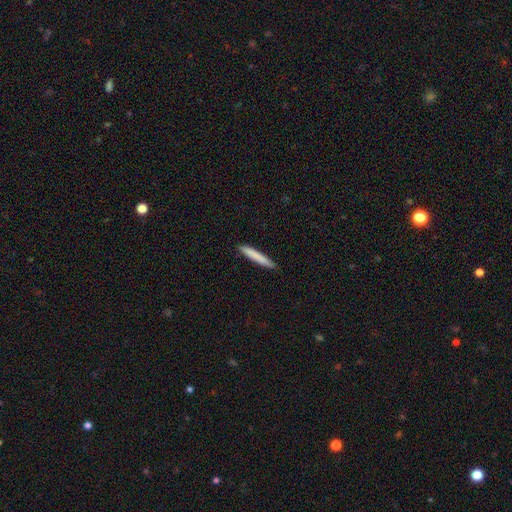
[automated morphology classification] Smooth or featured: smooth — 80% (featured or disk — 14%)
How rounded: cigar-shaped — 95% (in between — 3%)
Merging: none — 90% (minor disturbance — 7%)